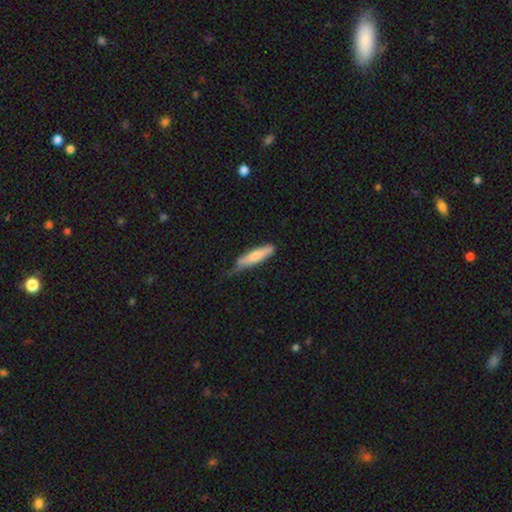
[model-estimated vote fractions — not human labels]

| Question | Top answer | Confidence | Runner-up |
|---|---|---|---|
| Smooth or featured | smooth | 70% | featured or disk (25%) |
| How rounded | cigar-shaped | 79% | in between (20%) |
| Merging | none | 47% | minor disturbance (40%) |